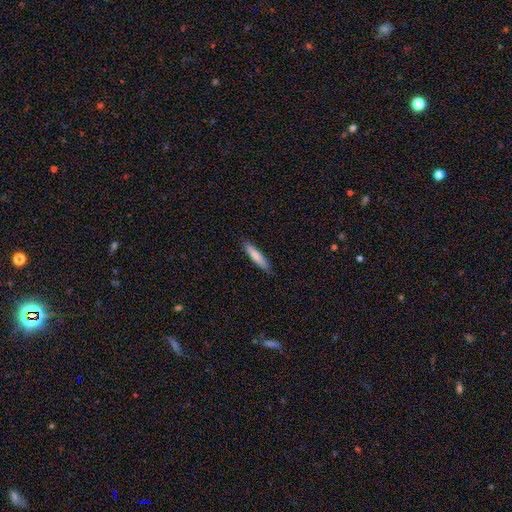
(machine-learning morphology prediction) Smooth or featured: smooth — 75% (featured or disk — 20%)
How rounded: cigar-shaped — 88% (in between — 11%)
Merging: none — 88% (minor disturbance — 9%)